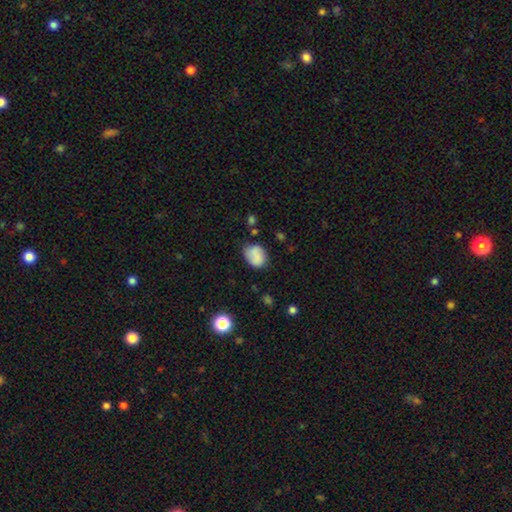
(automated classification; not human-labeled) Smooth or featured? smooth (80%)
How rounded? in between (64%)
Merging? none (64%)